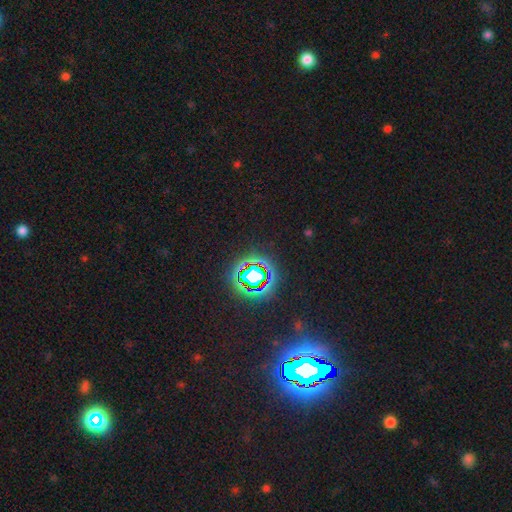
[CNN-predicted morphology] A star or artifact, not a galaxy (82%).